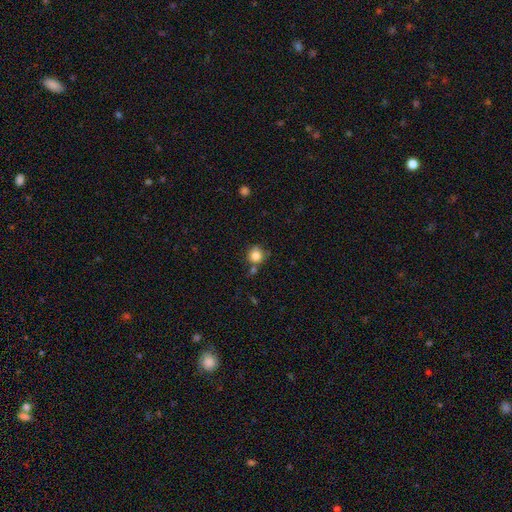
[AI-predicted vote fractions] The model was most divided on "merging": none: 68%, merger: 14%, minor disturbance: 14%, major disturbance: 4%. More confident: how rounded — round (91%); smooth or featured — smooth (83%).